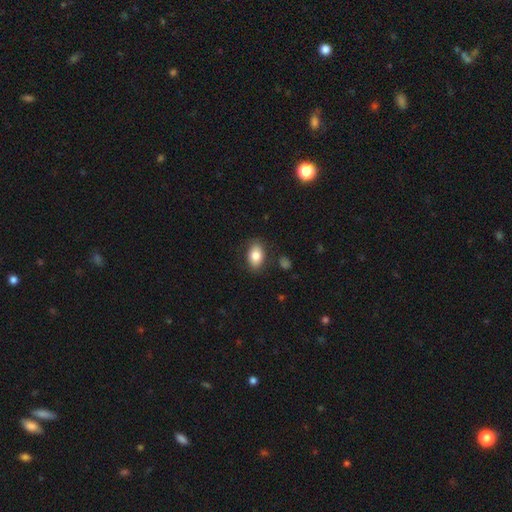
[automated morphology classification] Smooth or featured? smooth (81%)
How rounded? in between (87%)
Merging? none (82%)